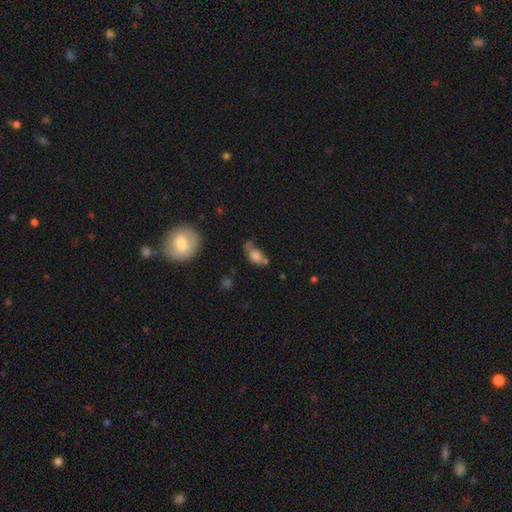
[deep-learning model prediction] smooth 71%, featured or disk 18%, star or artifact 12%. Down the decision tree: how rounded — in between (83%); merging — none (37%).